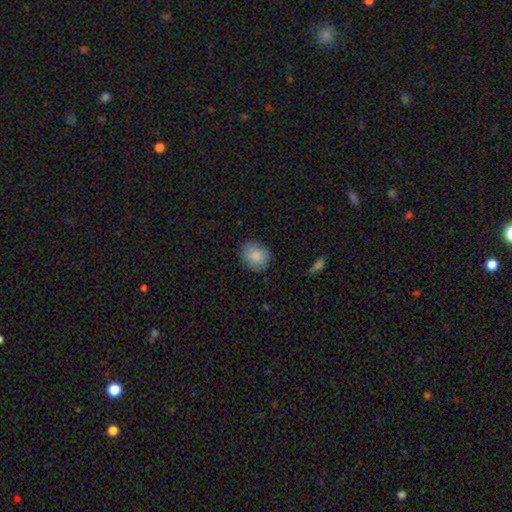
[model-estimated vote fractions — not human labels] A smooth galaxy with no disk features (86%) that is round (64%).

Vote fractions:
- Smooth or featured? smooth: 86% / featured or disk: 8% / star or artifact: 7%
- How rounded? round: 64% / in between: 35% / cigar-shaped: 1%
- Merging? none: 81% / minor disturbance: 15% / major disturbance: 3% / merger: 1%